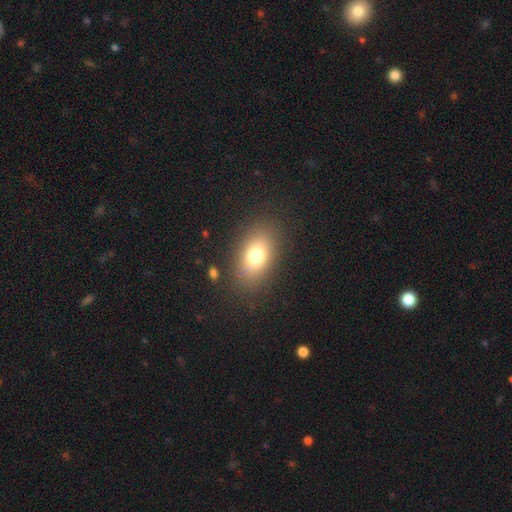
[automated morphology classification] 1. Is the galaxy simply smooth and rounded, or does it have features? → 74% smooth, 14% featured or disk, 12% star or artifact.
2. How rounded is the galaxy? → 80% in between, 18% round, 2% cigar-shaped.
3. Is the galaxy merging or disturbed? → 83% none, 10% minor disturbance, 5% major disturbance, 2% merger.